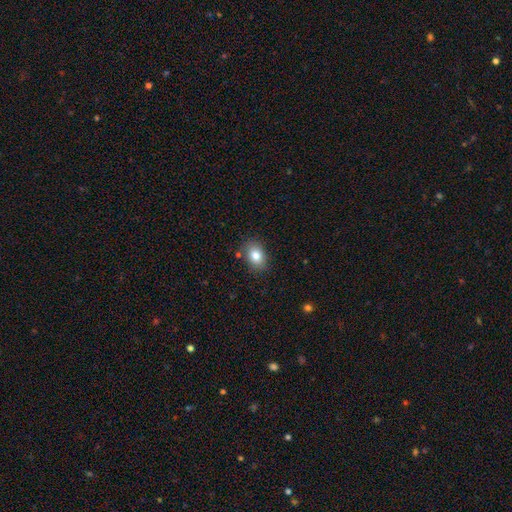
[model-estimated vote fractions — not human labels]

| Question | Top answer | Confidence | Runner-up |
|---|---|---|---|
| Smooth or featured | smooth | 82% | featured or disk (9%) |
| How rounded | in between | 76% | round (23%) |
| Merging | none | 82% | minor disturbance (12%) |